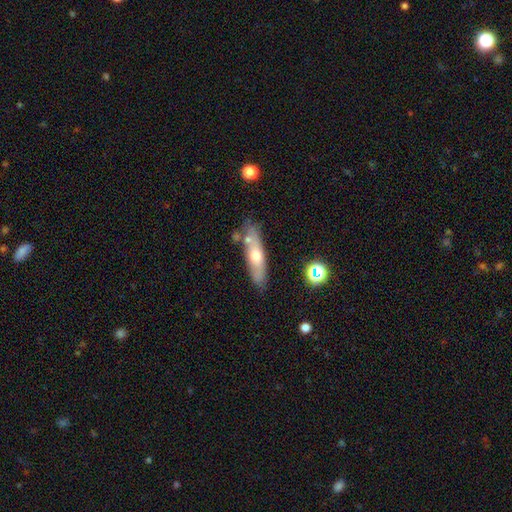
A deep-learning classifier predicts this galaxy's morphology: This is possibly a smooth galaxy (50%). How rounded: likely cigar-shaped (66%). Merging: likely none (73%).